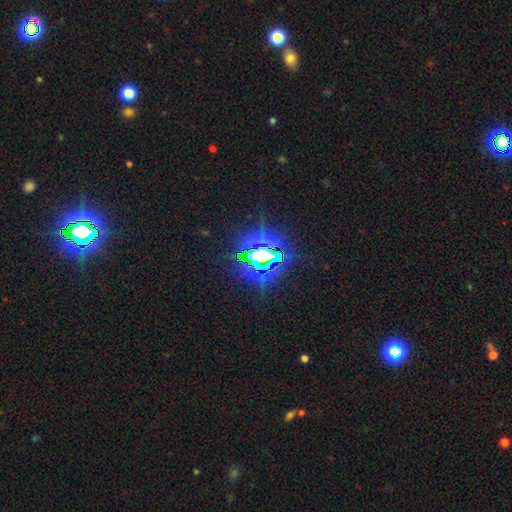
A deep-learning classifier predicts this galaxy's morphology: Smooth or featured? Predicted: star or artifact (p=0.79).